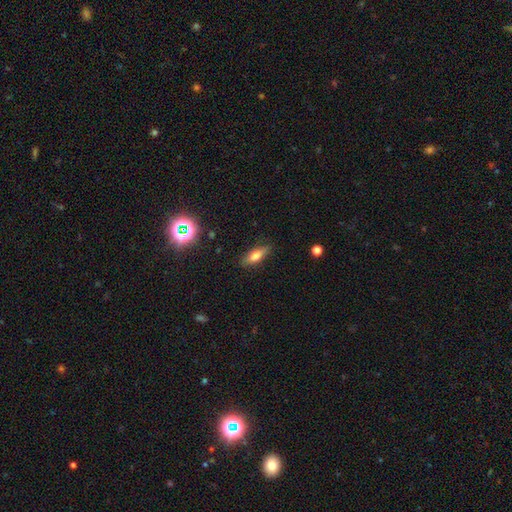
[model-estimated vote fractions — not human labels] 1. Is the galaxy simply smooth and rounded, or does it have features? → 67% smooth, 24% featured or disk, 10% star or artifact.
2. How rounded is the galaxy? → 55% in between, 42% cigar-shaped, 3% round.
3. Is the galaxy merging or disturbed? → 84% none, 12% minor disturbance, 3% major disturbance, 1% merger.